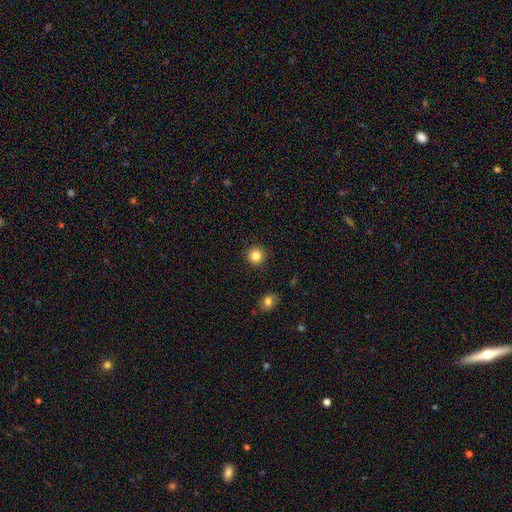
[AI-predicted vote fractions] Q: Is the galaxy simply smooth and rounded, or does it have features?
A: smooth — 84%.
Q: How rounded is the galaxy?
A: round — 95%.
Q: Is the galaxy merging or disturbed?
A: none — 92%.